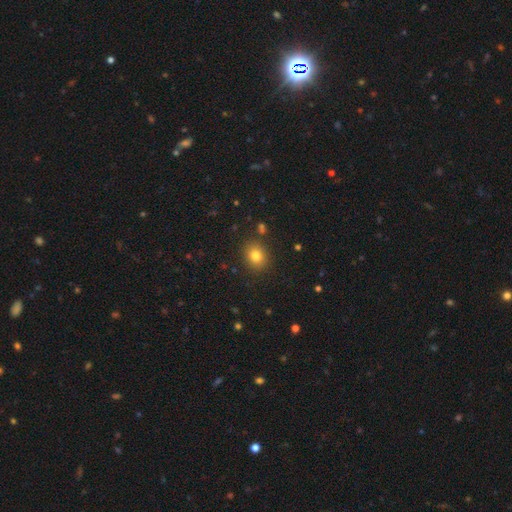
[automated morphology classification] Smooth or featured? Predicted: smooth (p=0.80). How rounded? Predicted: round (p=0.65). Merging? Predicted: none (p=0.87).